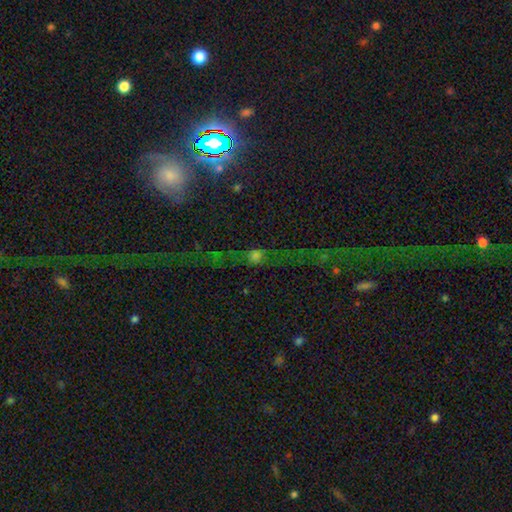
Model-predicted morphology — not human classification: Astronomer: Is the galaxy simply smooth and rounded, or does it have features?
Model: star or artifact — 38% (runner-up: smooth, 34%).